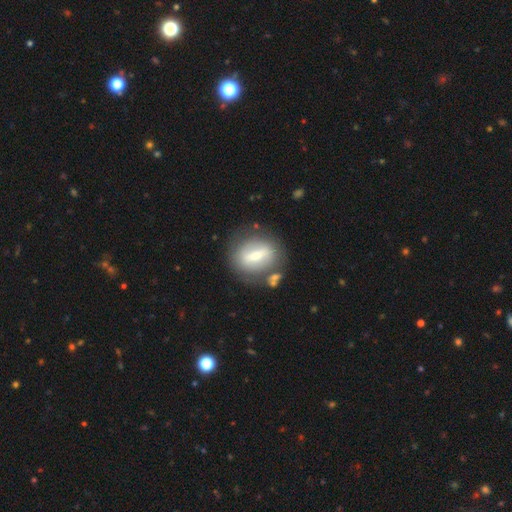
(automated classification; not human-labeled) Smooth or featured? featured or disk (47%)
Merging? none (72%)